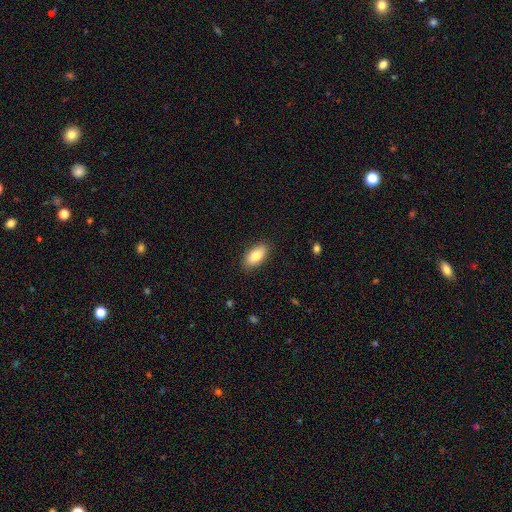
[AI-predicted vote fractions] Smooth or featured: smooth — 84% (featured or disk — 9%)
How rounded: in between — 89% (cigar-shaped — 8%)
Merging: none — 87% (minor disturbance — 10%)